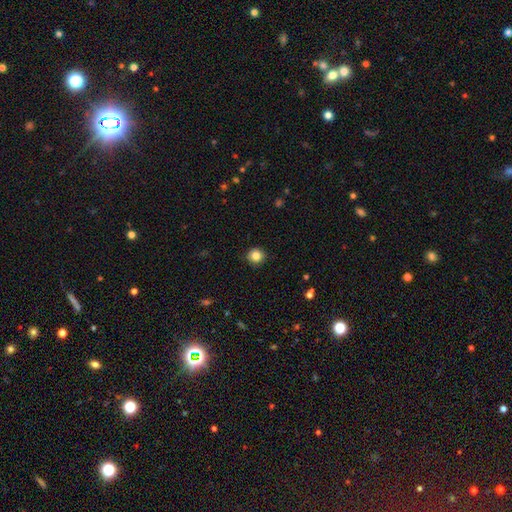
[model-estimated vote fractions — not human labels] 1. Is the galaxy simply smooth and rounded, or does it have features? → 83% smooth, 11% star or artifact, 6% featured or disk.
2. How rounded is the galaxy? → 93% round, 6% in between, 1% cigar-shaped.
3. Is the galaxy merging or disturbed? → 91% none, 7% minor disturbance, 2% major disturbance, 1% merger.